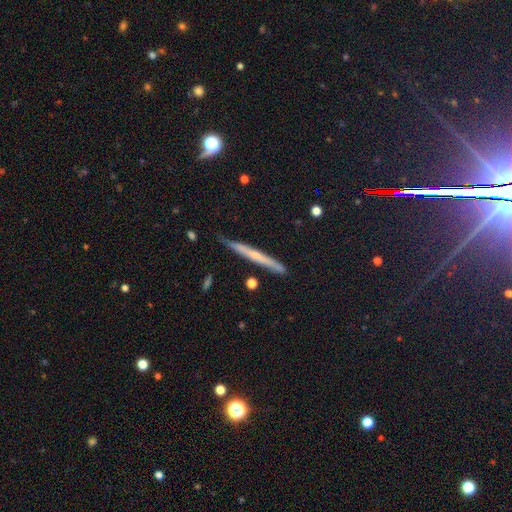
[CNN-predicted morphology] Smooth or featured? featured or disk (53%)
Edge-on disk? yes (96%)
Edge-on bulge? none (59%)
Merging? none (82%)